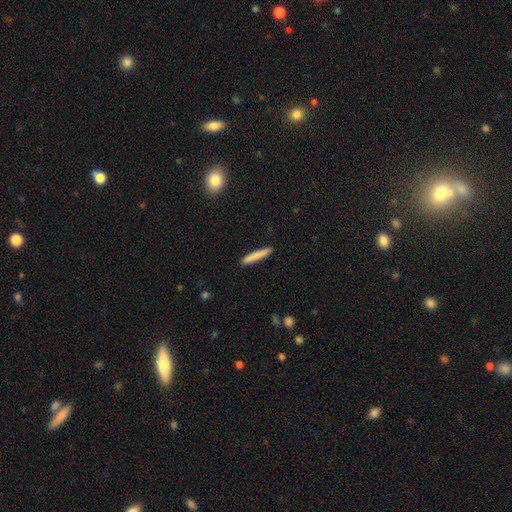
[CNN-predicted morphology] type=smooth (79%); roundness=cigar-shaped (94%); merging=none (91%).